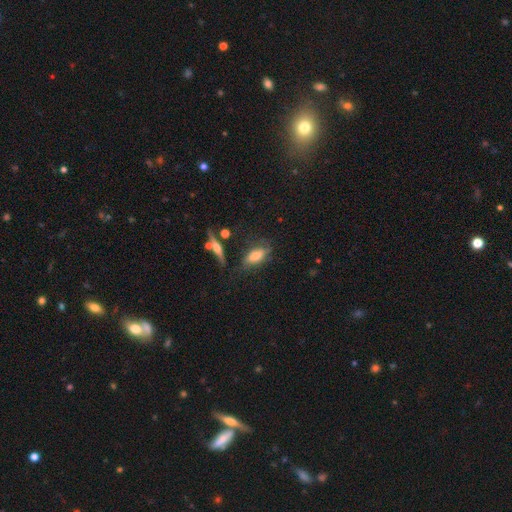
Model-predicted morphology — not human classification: Smooth or featured? Predicted: smooth (p=0.63). How rounded? Predicted: in between (p=0.68). Merging? Predicted: none (p=0.63).